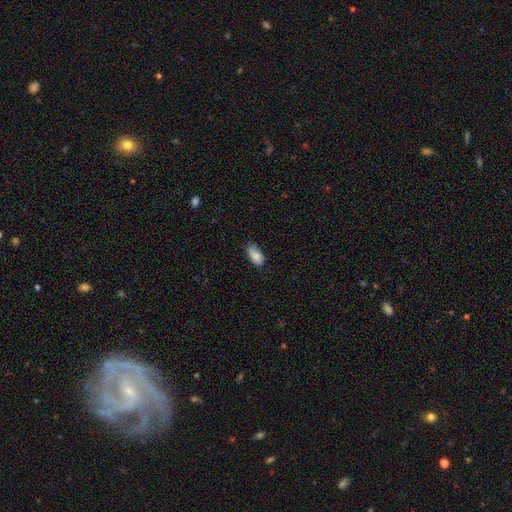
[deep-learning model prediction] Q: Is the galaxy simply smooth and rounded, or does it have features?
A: smooth — 85%.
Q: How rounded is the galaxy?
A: in between — 92%.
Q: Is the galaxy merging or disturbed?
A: none — 68%.